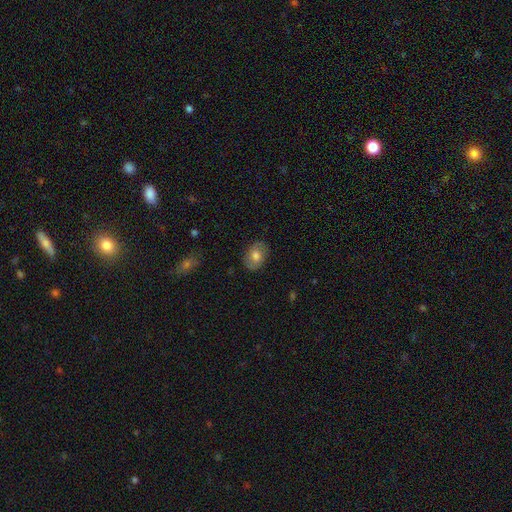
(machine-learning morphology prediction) A smooth galaxy with no disk features (69%) that is in between round and cigar-shaped (71%). Merging: none (83%).